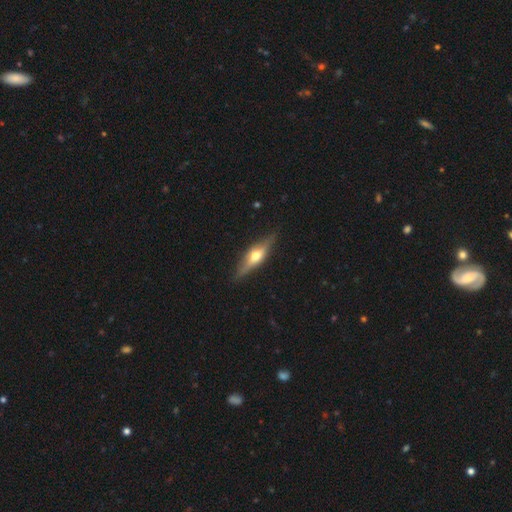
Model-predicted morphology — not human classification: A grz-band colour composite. It shows a featured or disk galaxy (68%) viewed edge-on (95%) with a rounded central bulge (93%). Merging: none (87%).